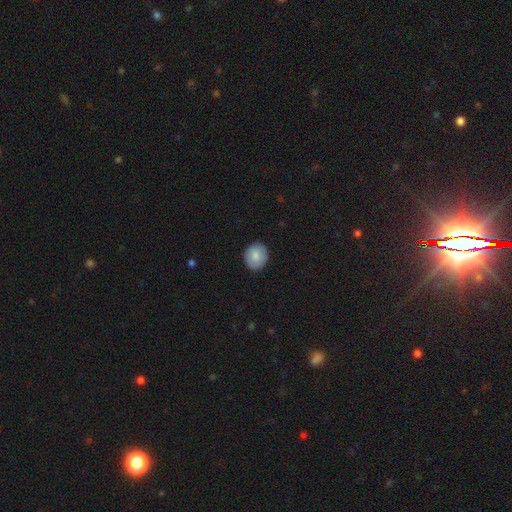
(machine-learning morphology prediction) Smooth or featured? Predicted: smooth (p=0.83). How rounded? Predicted: round (p=0.73). Merging? Predicted: none (p=0.88).